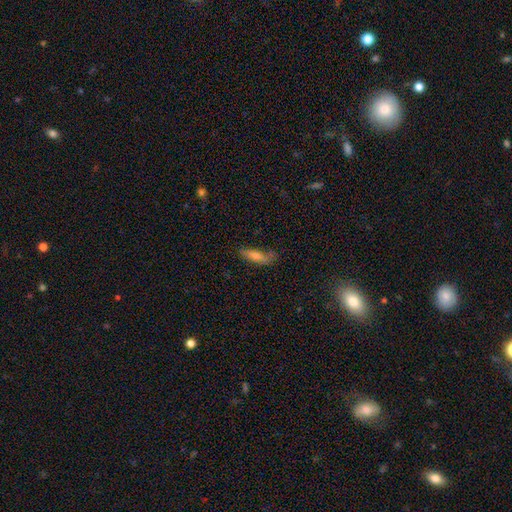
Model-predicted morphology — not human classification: Overall: smooth (64%; featured or disk 26%). How rounded: cigar-shaped (60%; in between 38%). Merging: none (56%; minor disturbance 28%).